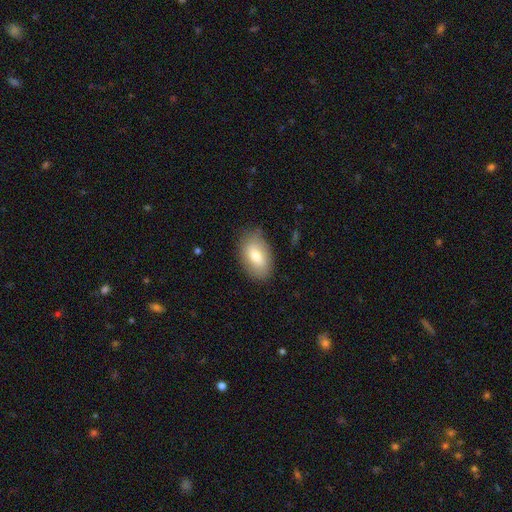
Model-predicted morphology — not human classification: type=smooth (76%); roundness=in between (92%); merging=none (82%).